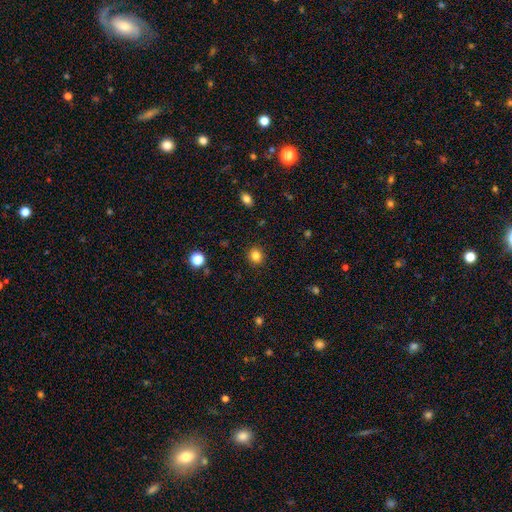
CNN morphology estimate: This is clearly a smooth galaxy (83%). How rounded: clearly round (81%). Merging: clearly none (90%).